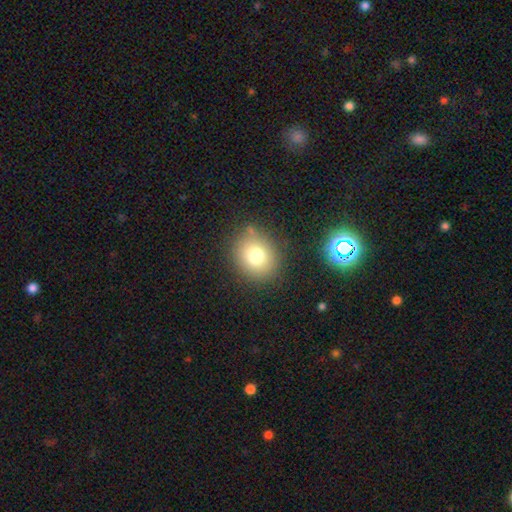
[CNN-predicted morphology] The model was most divided on "how rounded": round: 76%, in between: 23%, cigar-shaped: 1%. More confident: merging — none (81%); smooth or featured — smooth (76%).